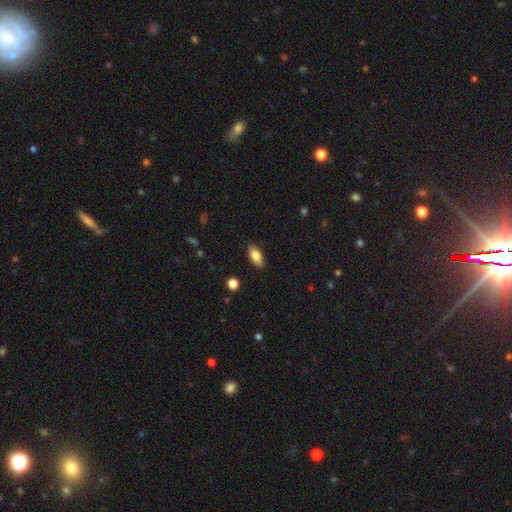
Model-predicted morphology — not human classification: The model was most divided on "smooth or featured": smooth: 81%, featured or disk: 12%, star or artifact: 7%. More confident: how rounded — in between (89%); merging — none (88%).